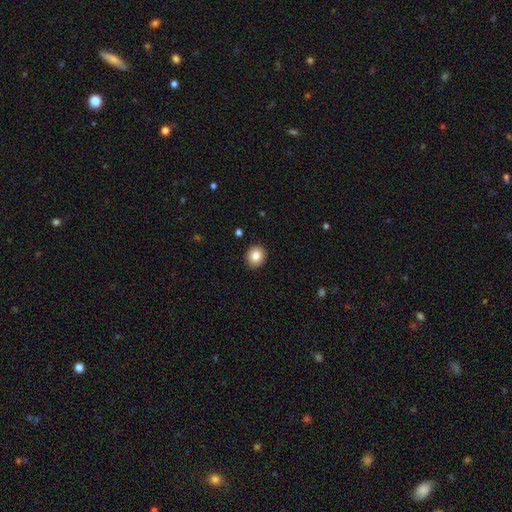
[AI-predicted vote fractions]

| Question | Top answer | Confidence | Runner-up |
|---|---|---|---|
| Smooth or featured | smooth | 83% | star or artifact (9%) |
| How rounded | round | 80% | in between (19%) |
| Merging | none | 92% | minor disturbance (6%) |